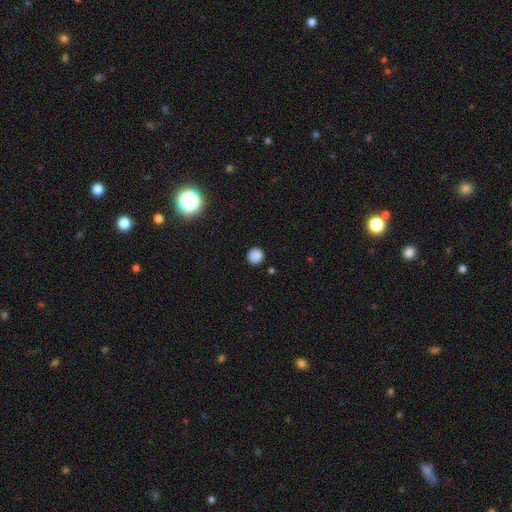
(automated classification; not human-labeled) A smooth galaxy with no disk features (85%) that is round (94%).

Vote fractions:
- Smooth or featured? smooth: 85% / star or artifact: 12% / featured or disk: 3%
- How rounded? round: 94% / in between: 5% / cigar-shaped: 1%
- Merging? none: 89% / minor disturbance: 7% / major disturbance: 2% / merger: 2%